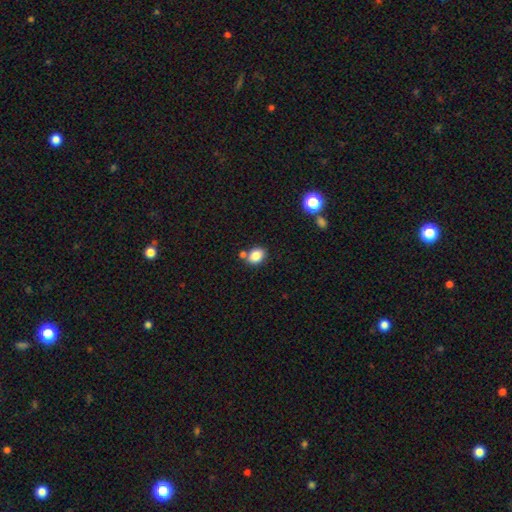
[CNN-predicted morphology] Overall: smooth (85%). How rounded: in between (64%; round 35%). Merging: none (67%).